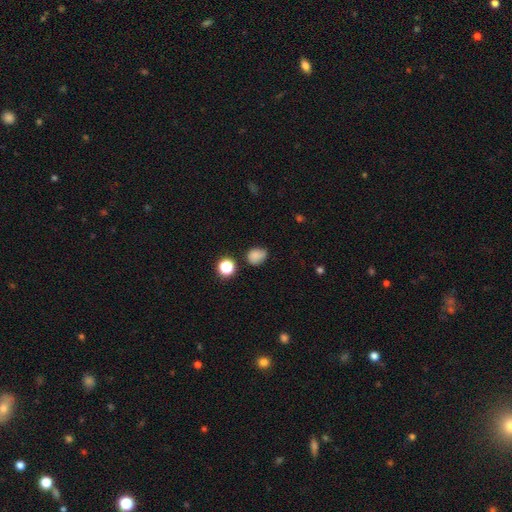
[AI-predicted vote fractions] A smooth galaxy with no disk features (80%) that is round (52%). Merging: none (61%).